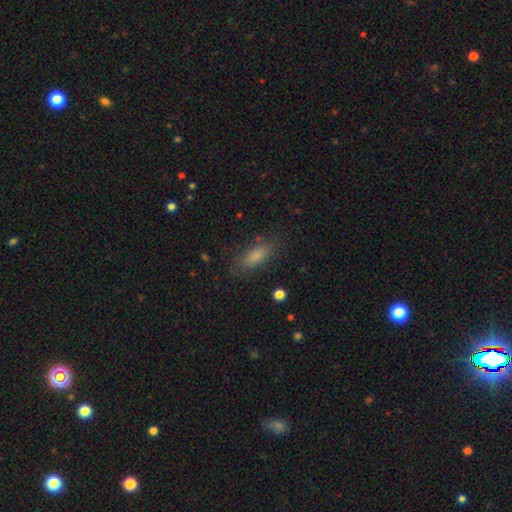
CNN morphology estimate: A smooth galaxy with no disk features (76%) that is in between round and cigar-shaped (63%).

Vote fractions:
- Smooth or featured? smooth: 76% / star or artifact: 13% / featured or disk: 12%
- How rounded? in between: 63% / cigar-shaped: 33% / round: 3%
- Merging? none: 83% / minor disturbance: 11% / major disturbance: 4% / merger: 1%